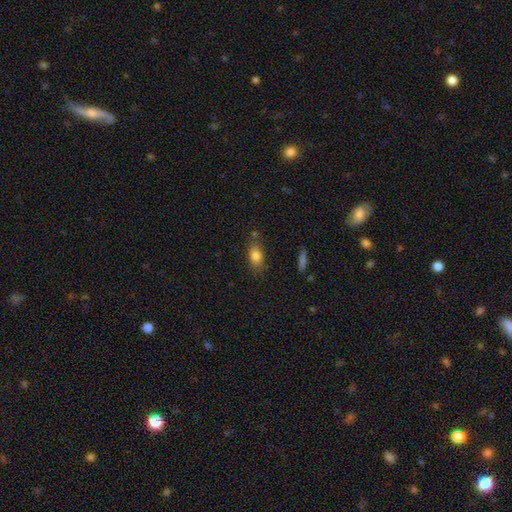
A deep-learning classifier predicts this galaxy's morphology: Smooth or featured? smooth (80%)
How rounded? in between (79%)
Merging? none (73%)